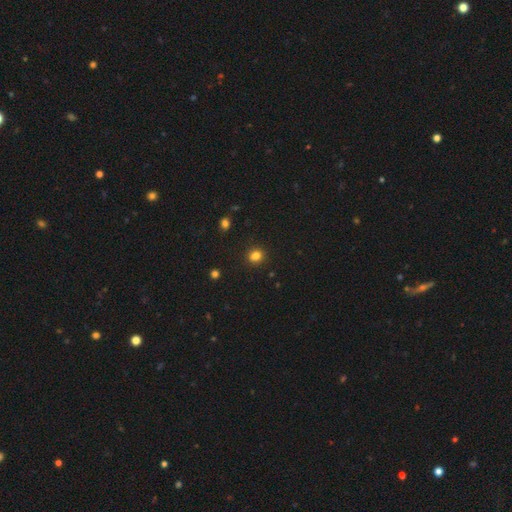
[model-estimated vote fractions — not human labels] Overall: smooth (81%). How rounded: round (71%). Merging: none (82%).